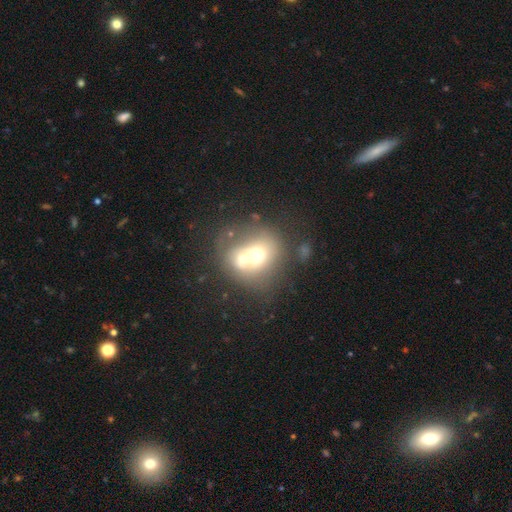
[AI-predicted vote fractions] This is possibly a smooth galaxy (58%). How rounded: likely round (65%). Merging: likely merger (67%).